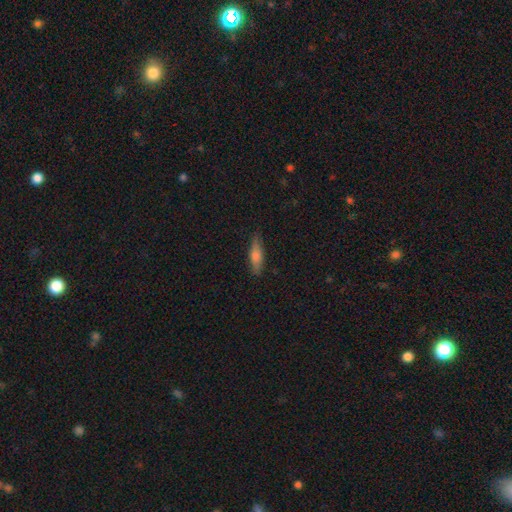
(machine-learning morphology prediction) Smooth or featured? smooth (64%)
How rounded? cigar-shaped (62%)
Merging? none (82%)